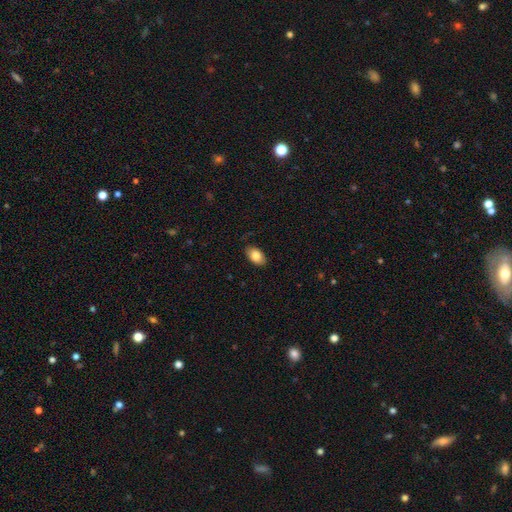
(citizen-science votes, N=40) Overall: smooth (82%). How rounded: in between (91%). Merging: none (91%).